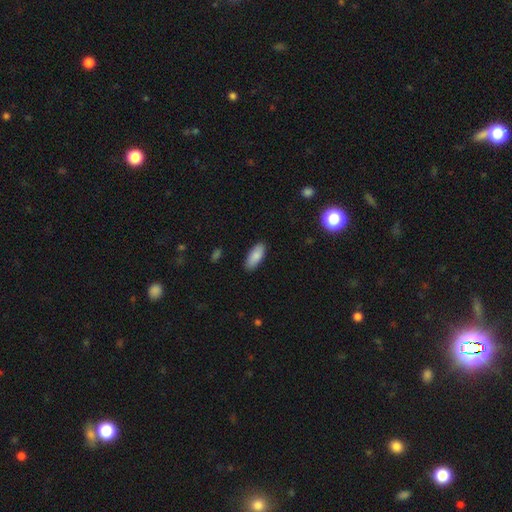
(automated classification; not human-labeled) This is clearly a smooth galaxy (87%). How rounded: clearly in between (84%). Merging: clearly none (88%).